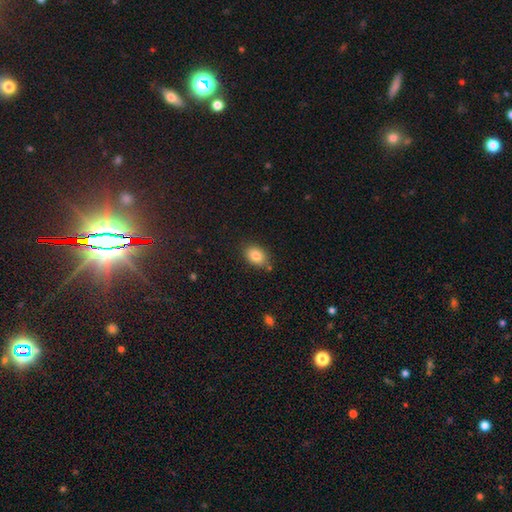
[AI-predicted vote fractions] smooth_or_featured: smooth (p=0.86) [alt: star or artifact p=0.08]
how_rounded: in between (p=0.79) [alt: round p=0.19]
merging: none (p=0.79) [alt: minor disturbance p=0.14]